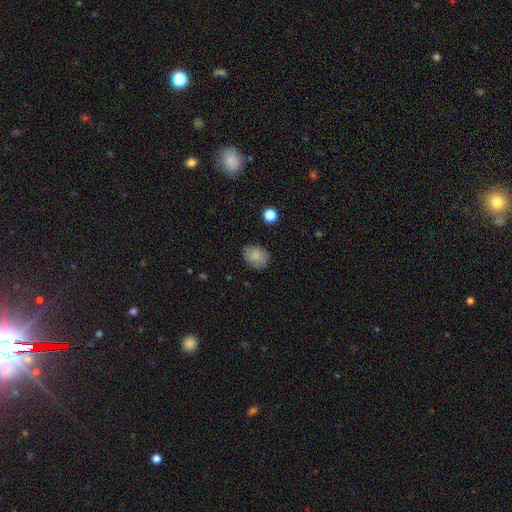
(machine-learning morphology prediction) smooth 80%, featured or disk 12%, star or artifact 8%. Down the decision tree: how rounded — in between (52%); merging — none (78%).